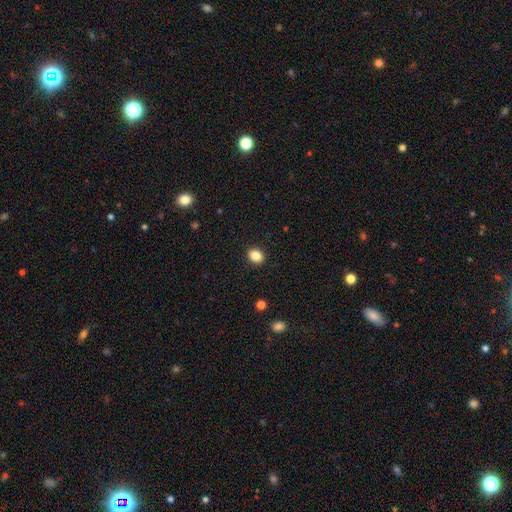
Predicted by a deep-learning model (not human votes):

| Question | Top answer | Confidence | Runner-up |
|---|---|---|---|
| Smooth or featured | smooth | 86% | star or artifact (10%) |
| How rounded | round | 56% | in between (43%) |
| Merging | none | 91% | minor disturbance (6%) |